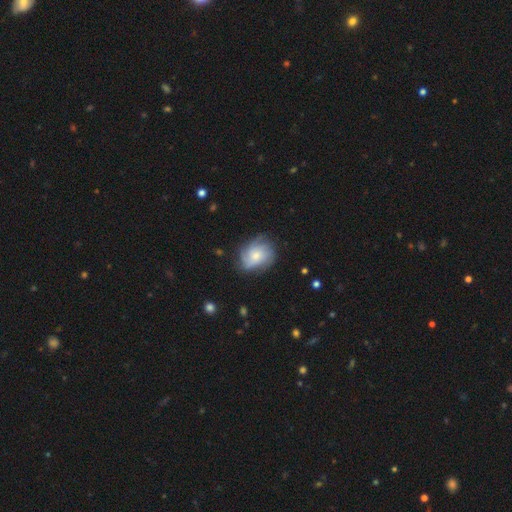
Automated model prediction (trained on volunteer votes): A featured or disk galaxy (54%) with no bar (79%), spiral arms (84%) and a small central bulge (49%).

Vote fractions:
- Smooth or featured? featured or disk: 54% / smooth: 39% / star or artifact: 8%
- Edge-on disk? no: 97% / yes: 3%
- Bar? no: 79% / weak: 18% / strong: 3%
- Spiral arms? yes: 84% / no: 16%
- Bulge size? small: 49% / moderate: 42% / large: 5% / none: 3% / dominant: 1%
- Merging? none: 68% / minor disturbance: 22% / major disturbance: 9% / merger: 1%